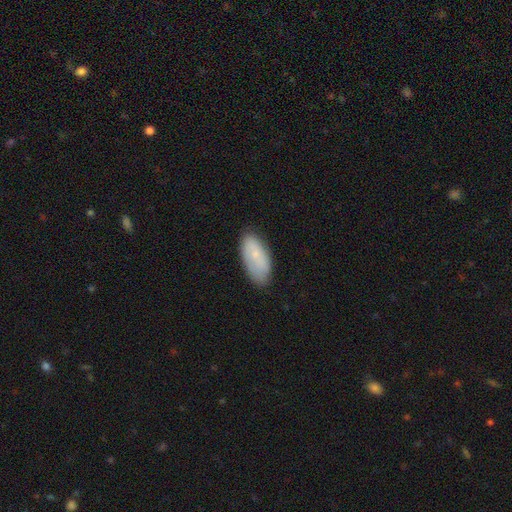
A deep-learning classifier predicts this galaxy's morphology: Smooth or featured? smooth (71%)
How rounded? in between (91%)
Merging? none (76%)